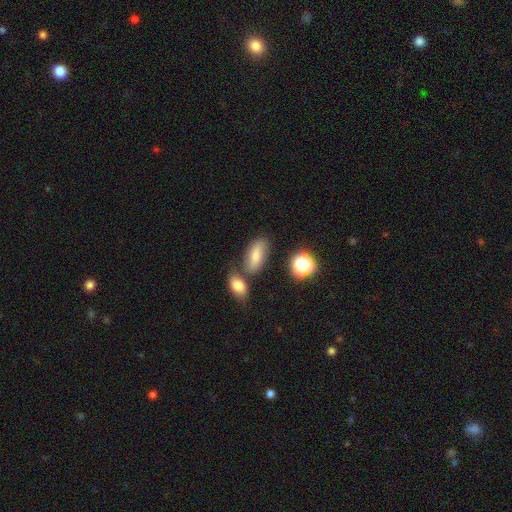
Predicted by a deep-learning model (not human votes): Smooth or featured? smooth (75%)
How rounded? in between (82%)
Merging? none (64%)